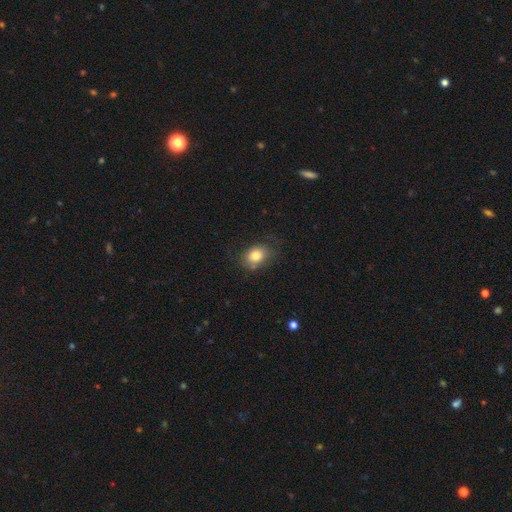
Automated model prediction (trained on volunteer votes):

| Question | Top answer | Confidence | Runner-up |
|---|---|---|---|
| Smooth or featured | smooth | 80% | featured or disk (10%) |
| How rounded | in between | 60% | round (39%) |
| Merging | none | 66% | minor disturbance (24%) |